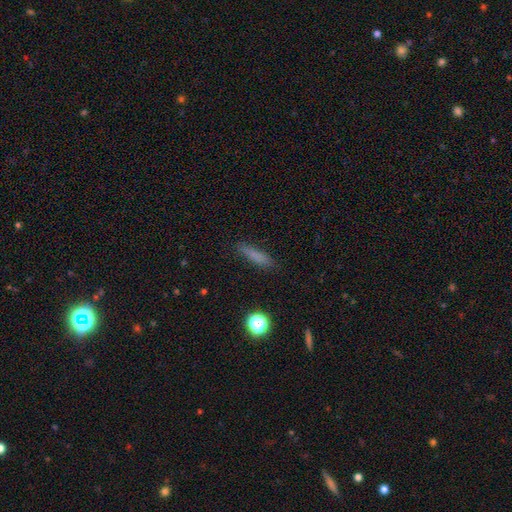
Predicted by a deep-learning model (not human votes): Overall: smooth (76%). How rounded: cigar-shaped (85%). Merging: none (85%).